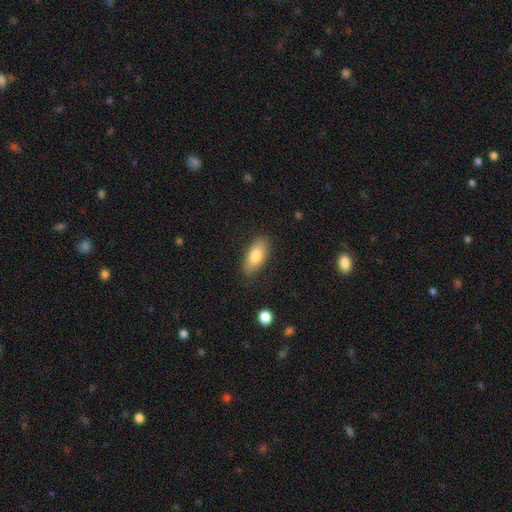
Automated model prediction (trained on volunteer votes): The model was most divided on "smooth or featured": smooth: 79%, featured or disk: 15%, star or artifact: 6%. More confident: how rounded — in between (84%); merging — none (82%).